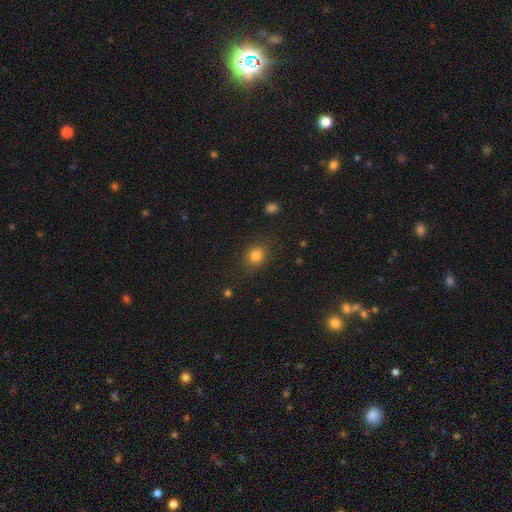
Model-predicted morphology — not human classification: smooth-or-featured: smooth: 82% | star or artifact: 12% | featured or disk: 6%
  how-rounded: round: 68% | in between: 31% | cigar-shaped: 1%
  merging: none: 84% | minor disturbance: 11% | major disturbance: 4% | merger: 1%